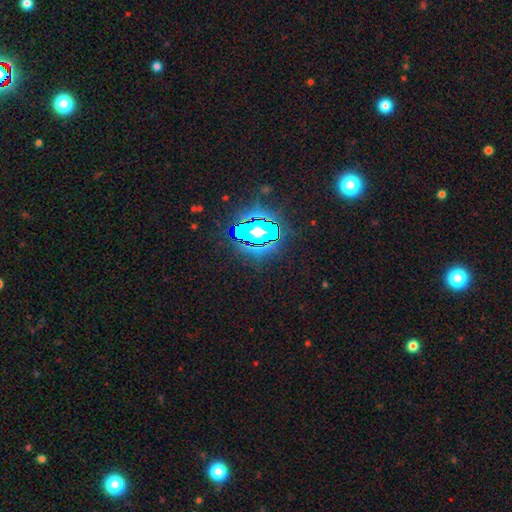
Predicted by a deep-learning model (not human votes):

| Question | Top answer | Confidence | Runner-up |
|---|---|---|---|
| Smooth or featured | star or artifact | 82% | smooth (10%) |